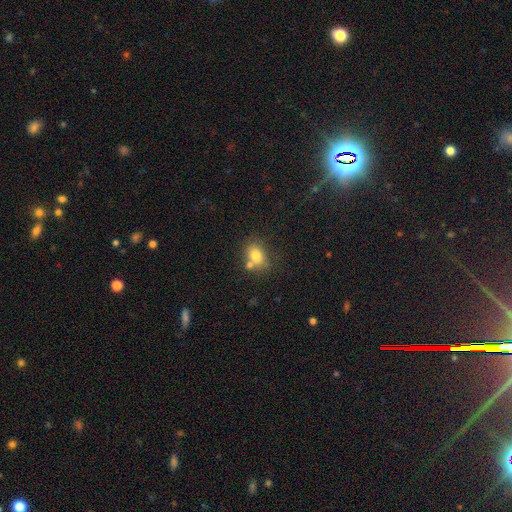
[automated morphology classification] A smooth galaxy with no disk features (77%) that is in between round and cigar-shaped (68%). Merging: none (54%).